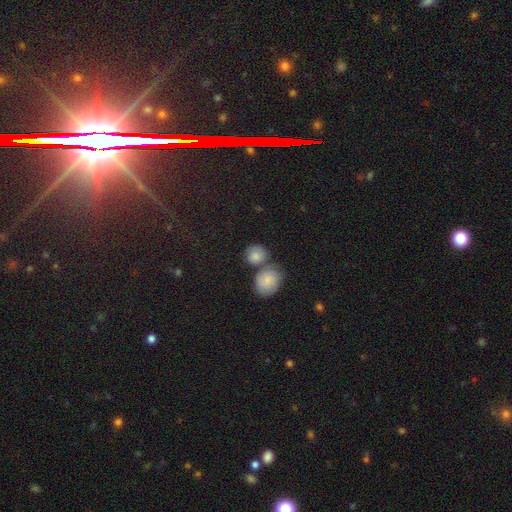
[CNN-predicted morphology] The model was most divided on "merging": none: 50%, merger: 34%, minor disturbance: 12%, major disturbance: 4%. More confident: how rounded — round (79%); smooth or featured — smooth (79%).